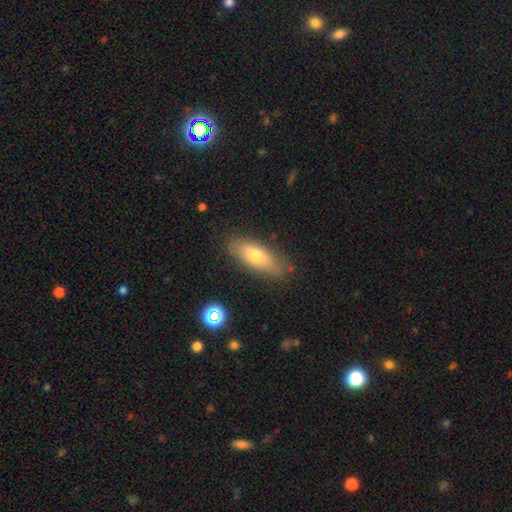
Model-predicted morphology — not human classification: smooth 70%, featured or disk 23%, star or artifact 7%. Down the decision tree: how rounded — in between (70%); merging — none (81%).